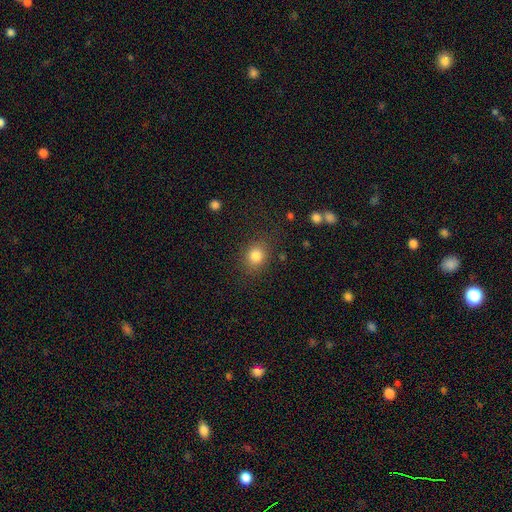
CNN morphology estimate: smooth-or-featured: smooth: 83% | star or artifact: 11% | featured or disk: 6%
  how-rounded: round: 70% | in between: 29% | cigar-shaped: 1%
  merging: none: 84% | minor disturbance: 10% | major disturbance: 4% | merger: 2%